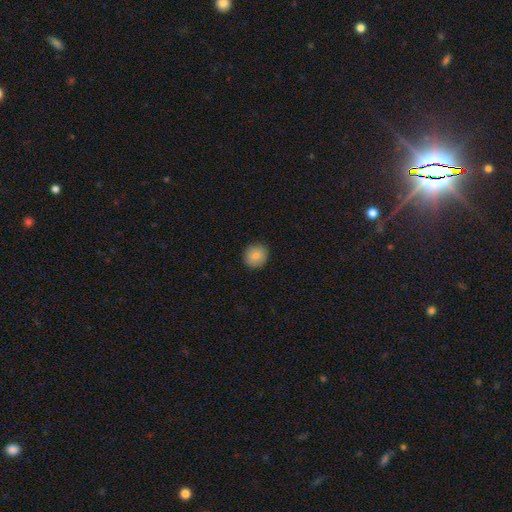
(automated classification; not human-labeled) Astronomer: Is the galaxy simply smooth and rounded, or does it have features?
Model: smooth — 85%.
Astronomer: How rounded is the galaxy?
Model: round — 91%.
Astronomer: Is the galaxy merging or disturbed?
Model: none — 90%.